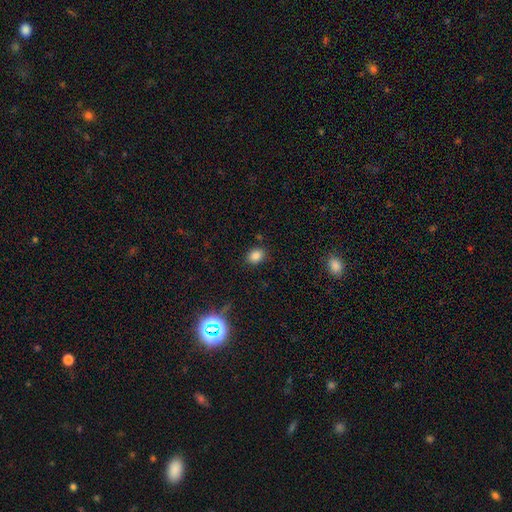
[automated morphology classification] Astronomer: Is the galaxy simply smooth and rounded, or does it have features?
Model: smooth — 83%.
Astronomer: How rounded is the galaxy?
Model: in between — 53% (runner-up: round, 46%).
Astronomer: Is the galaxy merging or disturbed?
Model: none — 85%.